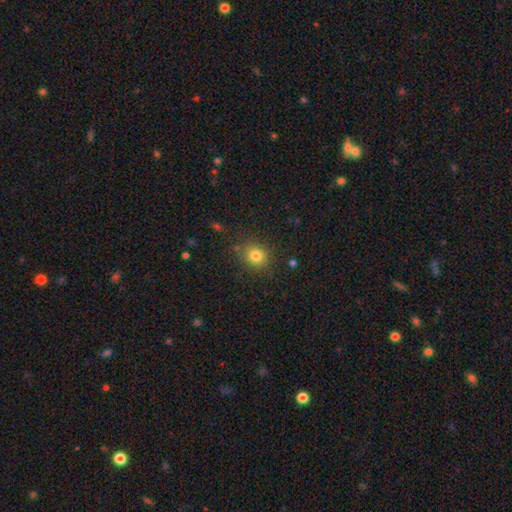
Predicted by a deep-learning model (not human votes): Smooth or featured?
  - smooth: 80% *
  - star or artifact: 14%
  - featured or disk: 7%
How rounded?
  - round: 82% *
  - in between: 18%
  - cigar-shaped: 1%
Merging?
  - none: 84% *
  - minor disturbance: 10%
  - major disturbance: 3%
  - merger: 2%